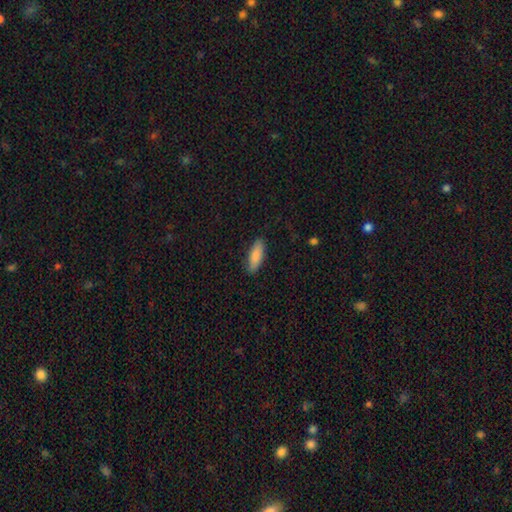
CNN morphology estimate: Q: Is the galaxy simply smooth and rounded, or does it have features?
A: smooth — 87%.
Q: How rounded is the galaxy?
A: in between — 67%.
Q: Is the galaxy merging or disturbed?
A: none — 86%.